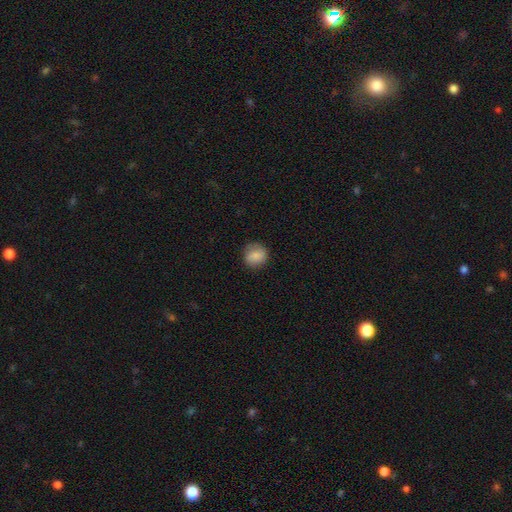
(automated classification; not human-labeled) smooth 82%, featured or disk 10%, star or artifact 8%. Down the decision tree: how rounded — round (84%); merging — none (83%).